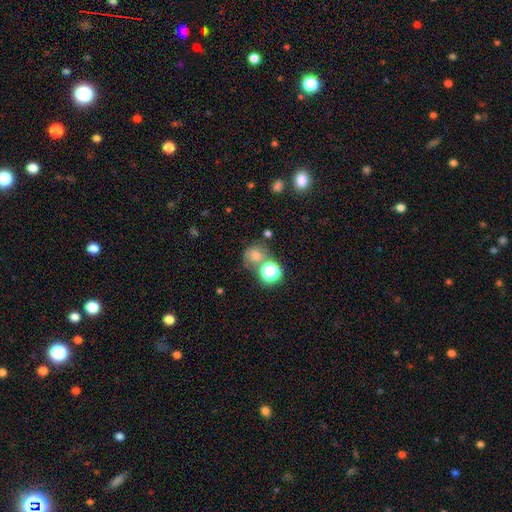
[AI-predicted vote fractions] This appears to be a smooth galaxy with no disk features (67%) that is round (79%). Merging: none (54%).